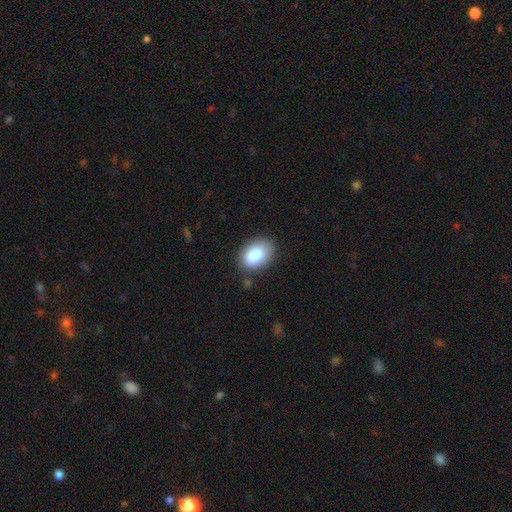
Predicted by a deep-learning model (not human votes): This appears to be a smooth galaxy with no disk features (86%) that is in between round and cigar-shaped (83%). Merging: none (80%).